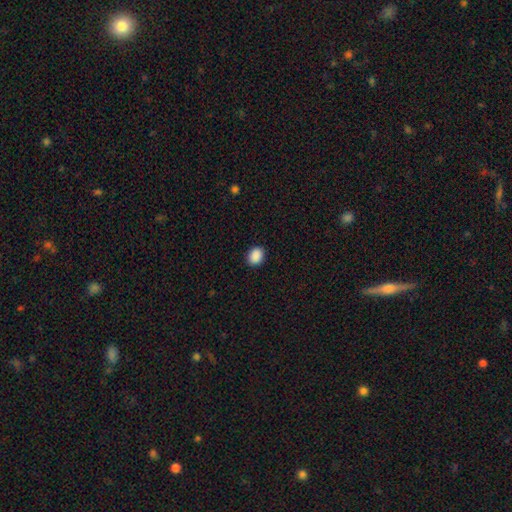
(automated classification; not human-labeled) Morphology: type=smooth (90%); roundness=in between (51%); merging=none (90%).